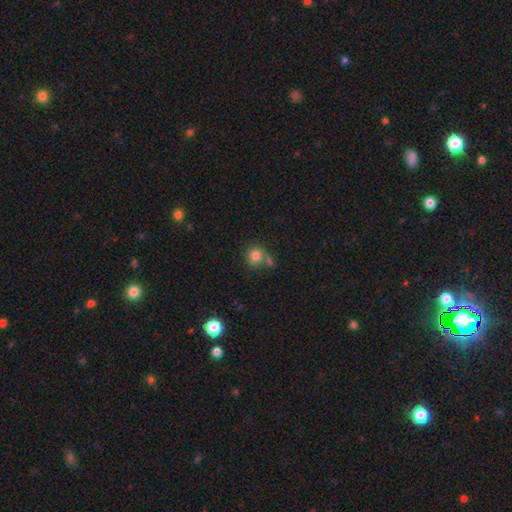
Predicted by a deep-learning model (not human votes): The model was most divided on "merging": none: 56%, merger: 24%, minor disturbance: 14%, major disturbance: 6%. More confident: how rounded — round (85%); smooth or featured — smooth (81%).